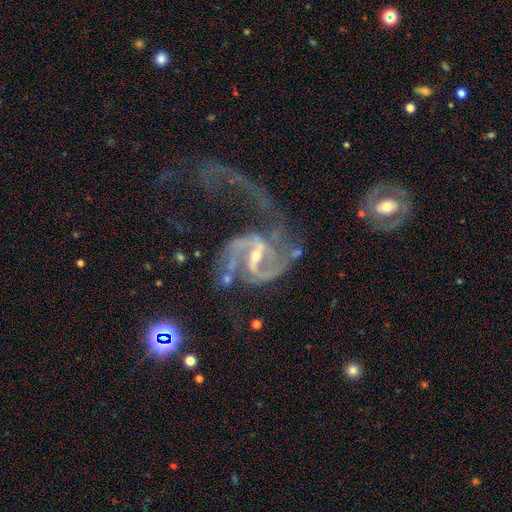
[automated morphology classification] The model was most divided on "spiral winding" (2-way tie): medium: 43%, loose: 43%, tight: 14%. Remaining: edge-on disk — no (98%); spiral arms — yes (97%); smooth or featured — featured or disk (91%); spiral arm count — 2 (83%); bulge size — small (65%); merging — major disturbance (48%); bar — strong (45%).